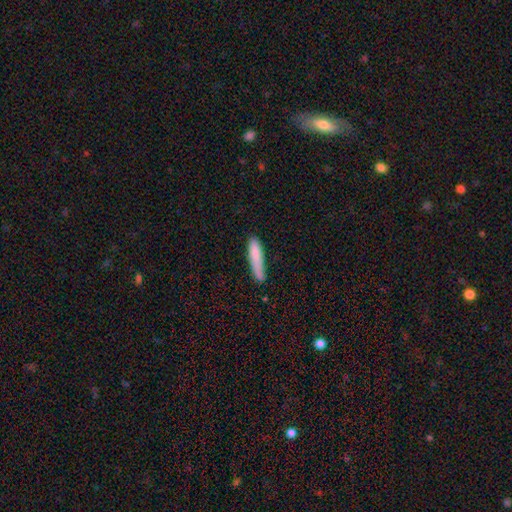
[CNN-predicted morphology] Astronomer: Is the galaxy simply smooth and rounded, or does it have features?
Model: smooth — 80%.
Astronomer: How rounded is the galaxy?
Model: cigar-shaped — 86%.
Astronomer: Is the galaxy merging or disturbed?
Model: none — 66%.